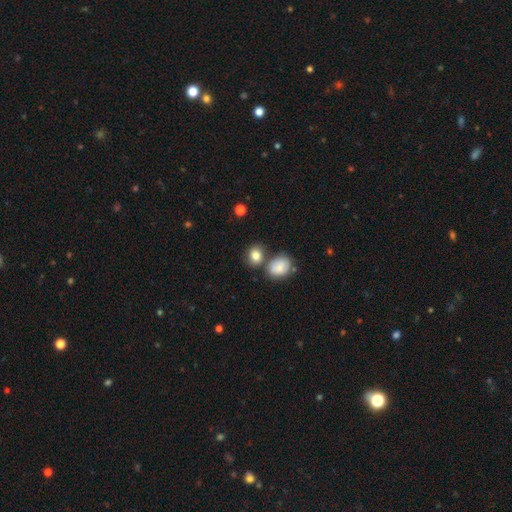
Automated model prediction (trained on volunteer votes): smooth 82%, featured or disk 9%, star or artifact 9%. Down the decision tree: how rounded — round (57%); merging — none (63%).